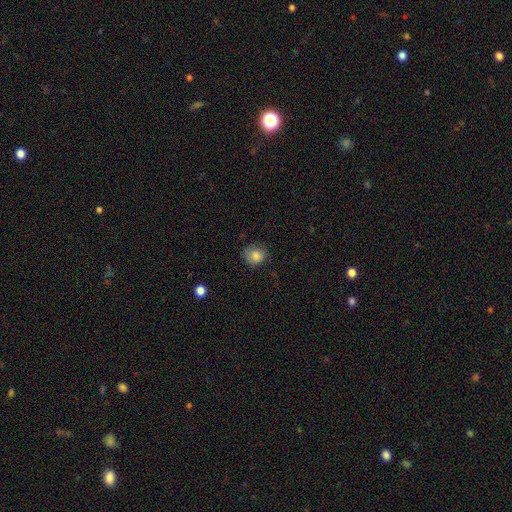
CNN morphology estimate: smooth_or_featured: smooth (p=0.84) [alt: star or artifact p=0.09]
how_rounded: round (p=0.77) [alt: in between p=0.22]
merging: none (p=0.71) [alt: minor disturbance p=0.22]